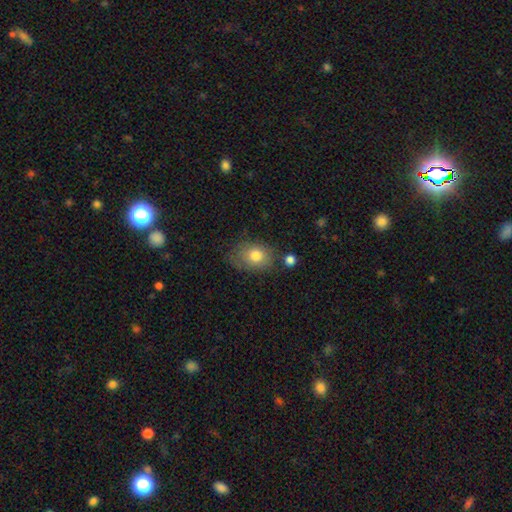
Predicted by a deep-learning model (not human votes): Smooth or featured: smooth — 78% (featured or disk — 14%)
How rounded: in between — 67% (round — 32%)
Merging: none — 62% (minor disturbance — 24%)